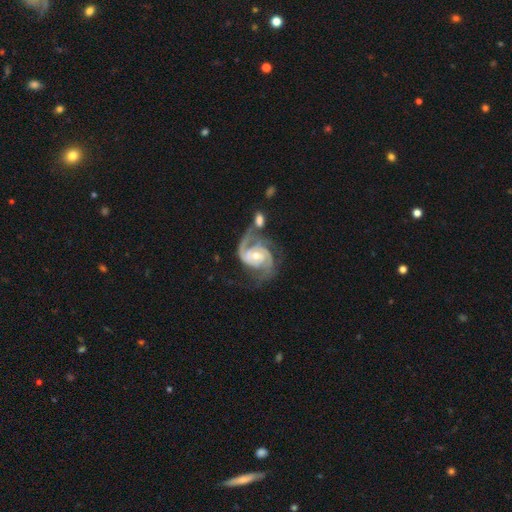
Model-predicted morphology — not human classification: The model was most divided on "spiral winding": medium: 45%, tight: 44%, loose: 11%. Remaining: spiral arms — yes (98%); edge-on disk — no (98%); smooth or featured — featured or disk (92%); spiral arm count — 2 (70%); bulge size — moderate (60%); bar — no (56%); merging — none (43%).